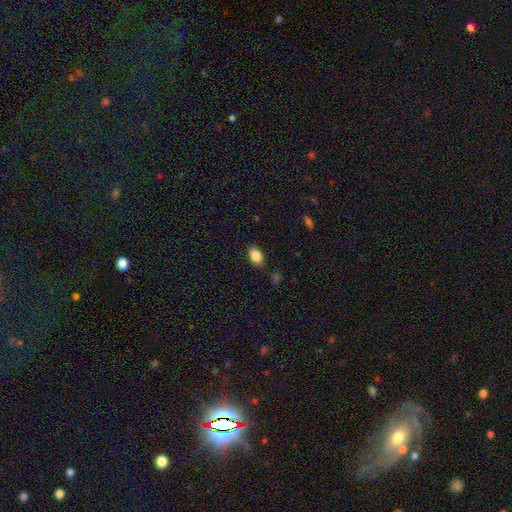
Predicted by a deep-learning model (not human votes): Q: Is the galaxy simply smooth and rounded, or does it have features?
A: smooth — 86%.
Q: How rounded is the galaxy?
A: in between — 89%.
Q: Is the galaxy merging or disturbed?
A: none — 84%.